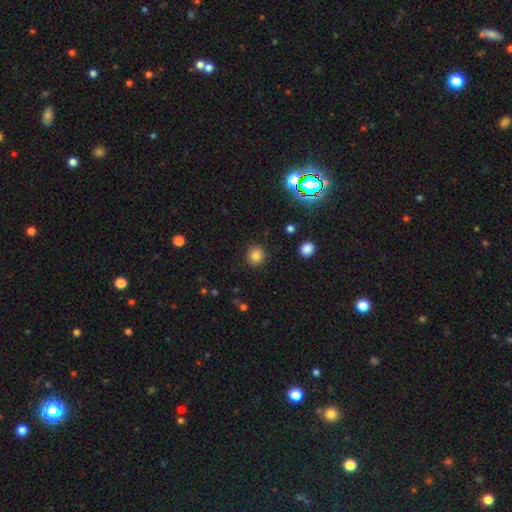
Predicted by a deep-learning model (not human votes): smooth 83%, star or artifact 13%, featured or disk 4%. Down the decision tree: how rounded — round (89%); merging — none (90%).